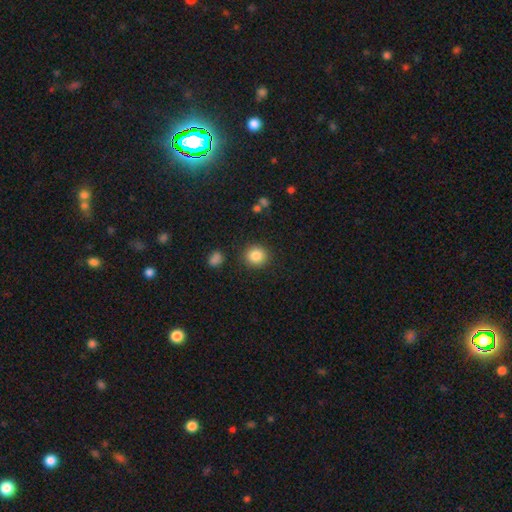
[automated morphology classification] Smooth or featured: smooth — 85% (star or artifact — 10%)
How rounded: round — 88% (in between — 11%)
Merging: none — 89% (minor disturbance — 7%)